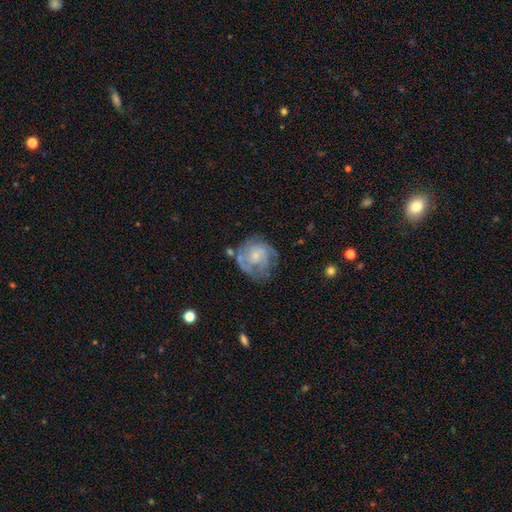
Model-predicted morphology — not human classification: The model was most divided on "merging": none: 53%, minor disturbance: 25%, major disturbance: 18%, merger: 5%. More confident: edge-on disk — no (98%); bar — no (76%); spiral arms — yes (73%); bulge size — small (62%); smooth or featured — featured or disk (61%).